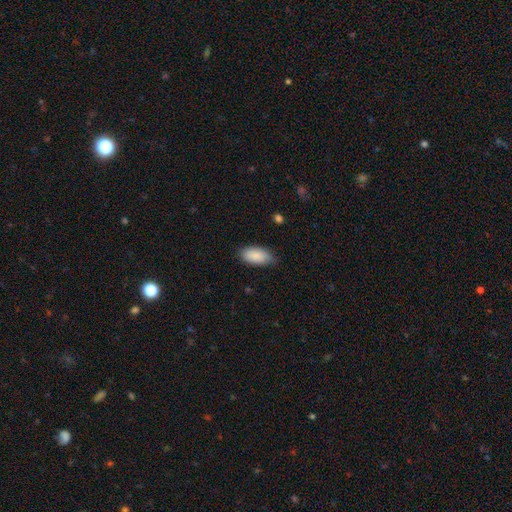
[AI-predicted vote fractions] This is clearly a smooth galaxy (88%). How rounded: clearly in between (93%). Merging: likely none (75%).